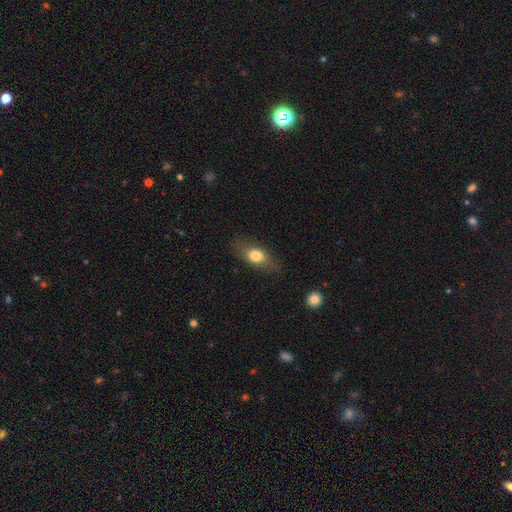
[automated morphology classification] A smooth galaxy with no disk features (71%) that is in between round and cigar-shaped (77%). Merging: none (76%).